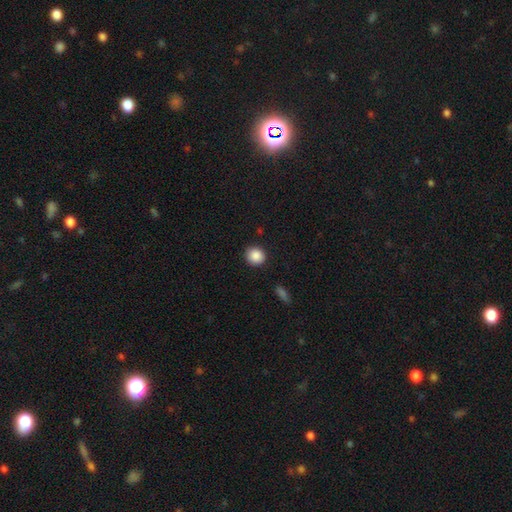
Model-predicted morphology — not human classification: Smooth or featured?
  - smooth: 88% *
  - star or artifact: 8%
  - featured or disk: 3%
How rounded?
  - round: 88% *
  - in between: 11%
  - cigar-shaped: 1%
Merging?
  - none: 90% *
  - minor disturbance: 7%
  - major disturbance: 2%
  - merger: 1%